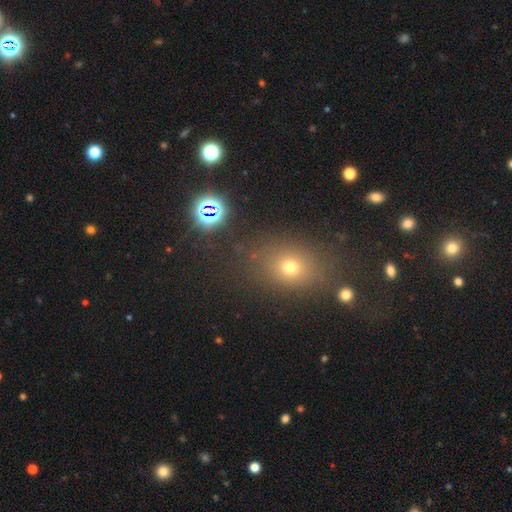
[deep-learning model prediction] Q: Smooth or featured?
A: smooth (53%); runner-up: star or artifact (36%)
Q: How rounded?
A: in between (52%); runner-up: round (45%)
Q: Merging?
A: none (82%); runner-up: minor disturbance (10%)